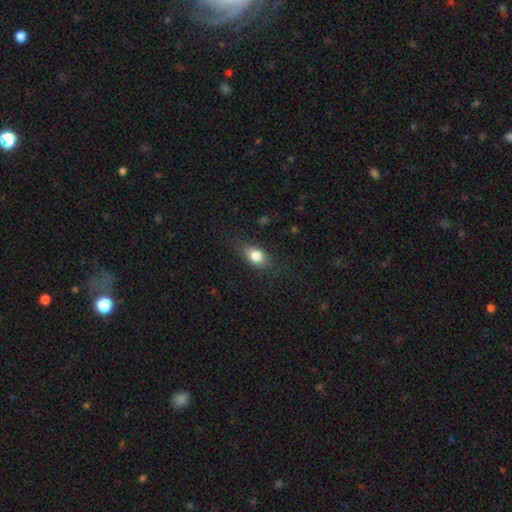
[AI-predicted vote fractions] Smooth or featured? smooth (80%)
How rounded? in between (77%)
Merging? none (78%)